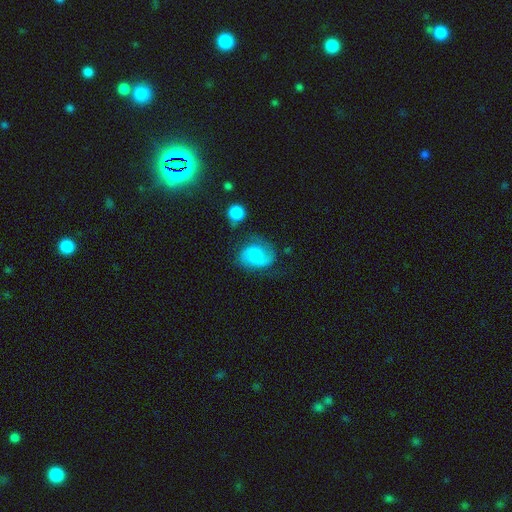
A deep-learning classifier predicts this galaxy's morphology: Smooth or featured? featured or disk (61%)
Edge-on disk? no (98%)
Bar? no (57%)
Spiral arms? yes (92%)
Spiral winding? medium (49%)
Spiral arm count? 2 (86%)
Bulge size? small (45%)
Merging? none (62%)